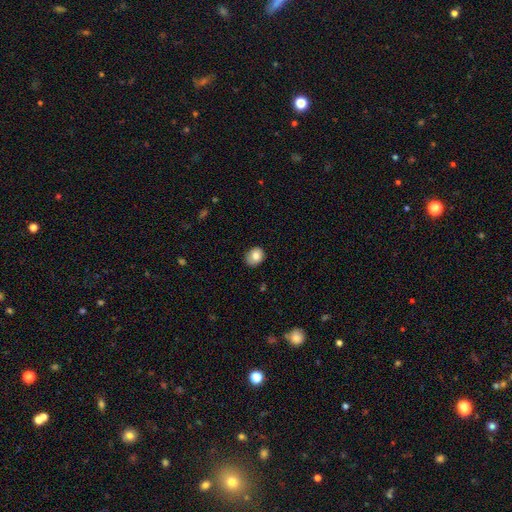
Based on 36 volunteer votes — Overall: smooth (83%). How rounded: round (53%; in between 47%). Merging: none (79%).